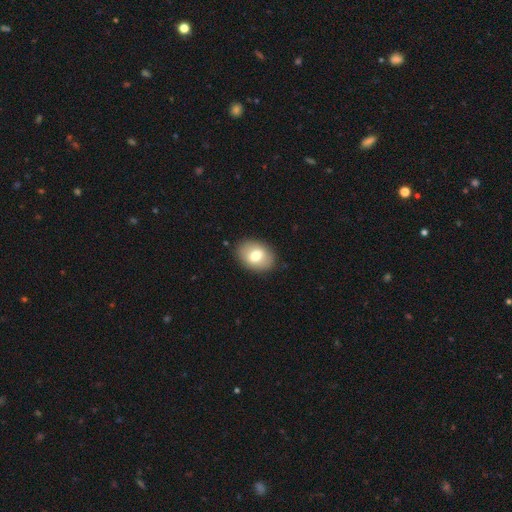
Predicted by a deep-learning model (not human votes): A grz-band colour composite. It shows a smooth galaxy with no disk features (73%) that is in between round and cigar-shaped (75%). Merging: none (87%).